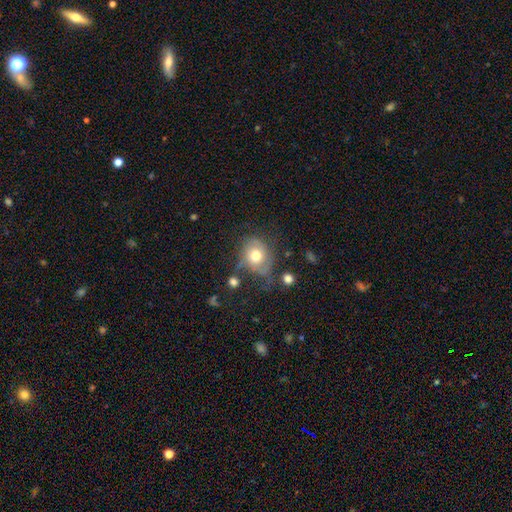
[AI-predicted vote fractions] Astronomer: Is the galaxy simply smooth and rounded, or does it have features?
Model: smooth — 66%.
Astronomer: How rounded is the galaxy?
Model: round — 66%.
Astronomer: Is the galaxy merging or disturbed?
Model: none — 52% (runner-up: minor disturbance, 27%).